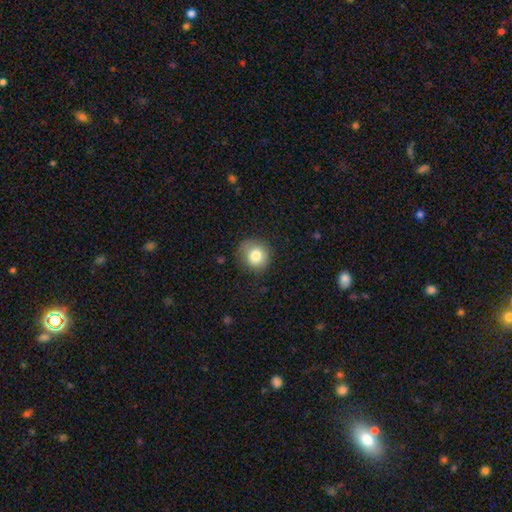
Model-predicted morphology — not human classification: The model was most divided on "merging": none: 77%, minor disturbance: 17%, major disturbance: 5%, merger: 1%. More confident: how rounded — round (85%); smooth or featured — smooth (81%).